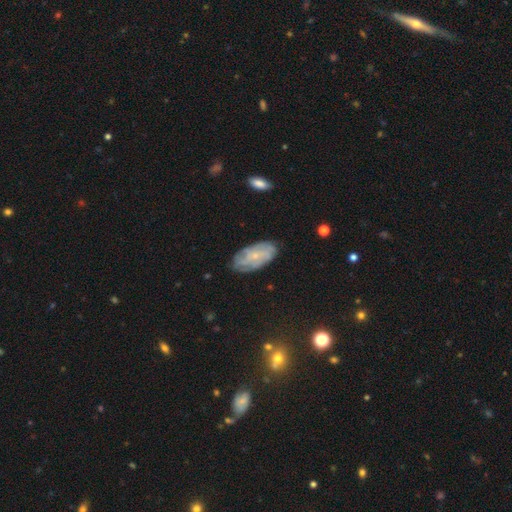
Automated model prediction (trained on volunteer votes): This is likely a featured or disk galaxy (68%). It is clearly not viewed edge-on (93%). Bar: likely no (71%). Spiral arm pattern: clearly yes (86%). Spiral arm count: possibly can't tell (51%). Spiral winding: likely tight (60%). Central bulge: likely small (79%). Merging: likely none (78%).